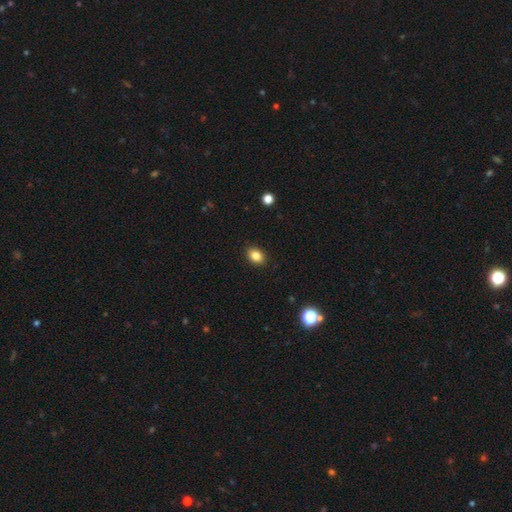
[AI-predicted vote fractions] Smooth or featured? Predicted: smooth (p=0.85). How rounded? Predicted: in between (p=0.73). Merging? Predicted: none (p=0.90).